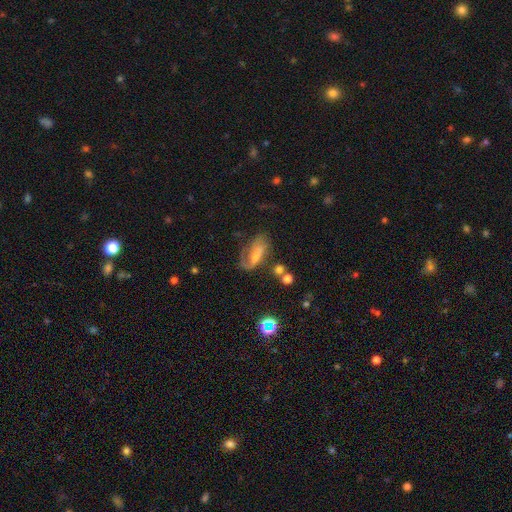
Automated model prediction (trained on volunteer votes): This is possibly a featured or disk galaxy (58%). It is clearly not viewed edge-on (87%). Bar: marginally no (41%). Spiral arm pattern: likely yes (76%). Central bulge: marginally small (44%). Merging: possibly none (46%).